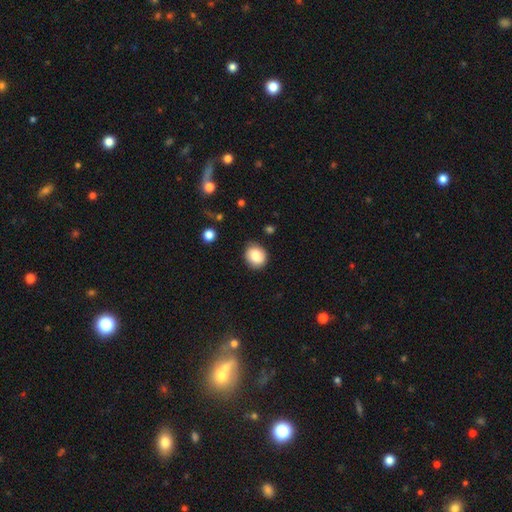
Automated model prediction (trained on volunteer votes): Overall: smooth (84%). How rounded: round (70%). Merging: none (83%).